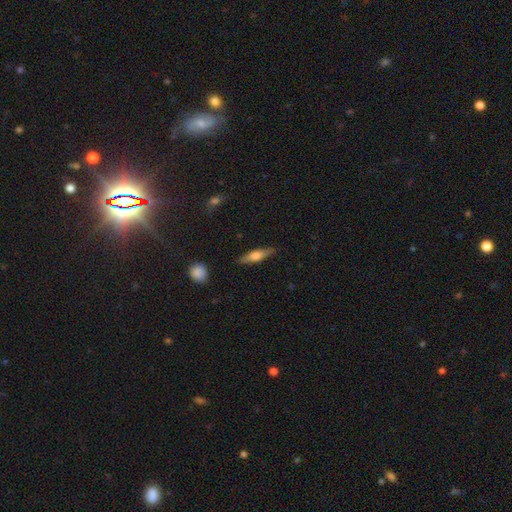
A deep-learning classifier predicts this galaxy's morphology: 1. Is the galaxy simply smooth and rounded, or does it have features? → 53% featured or disk, 41% smooth, 6% star or artifact.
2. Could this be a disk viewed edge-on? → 95% yes, 5% no.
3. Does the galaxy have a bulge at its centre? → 87% rounded, 9% boxy, 4% none.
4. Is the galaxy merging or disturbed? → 87% none, 9% minor disturbance, 2% major disturbance, 1% merger.